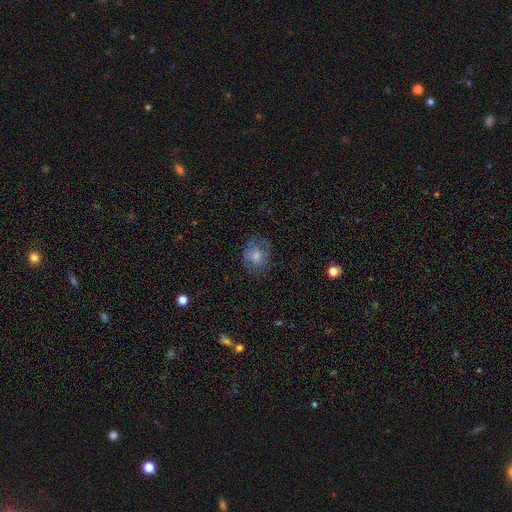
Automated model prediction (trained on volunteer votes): smooth 62%, featured or disk 29%, star or artifact 9%. Down the decision tree: how rounded — round (51%); merging — none (62%).